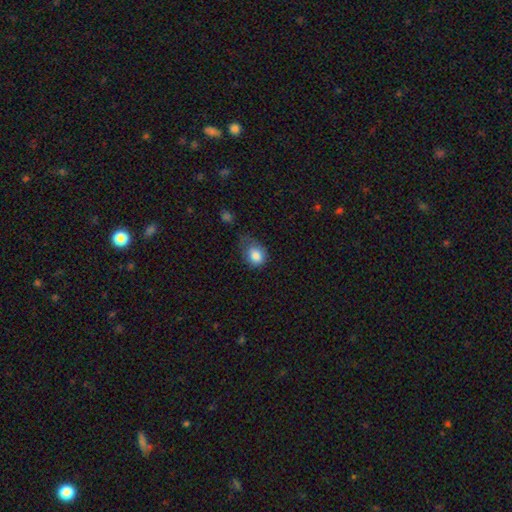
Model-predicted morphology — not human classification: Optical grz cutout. It shows a smooth galaxy with no disk features (83%) that is in between round and cigar-shaped (52%). Merging: none (39%).